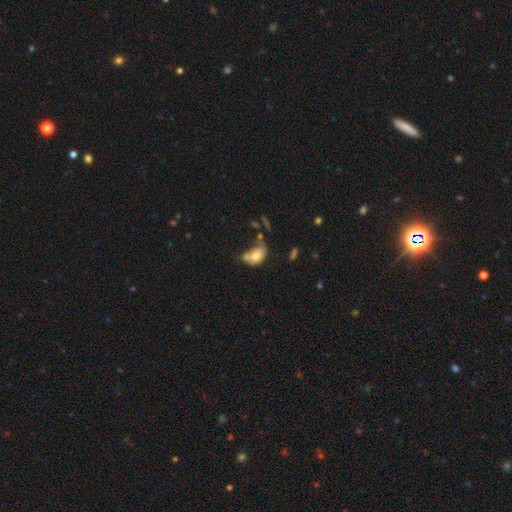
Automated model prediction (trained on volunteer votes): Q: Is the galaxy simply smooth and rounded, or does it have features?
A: smooth — 75%.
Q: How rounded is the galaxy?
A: in between — 82%.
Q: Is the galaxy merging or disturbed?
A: merger — 35%.